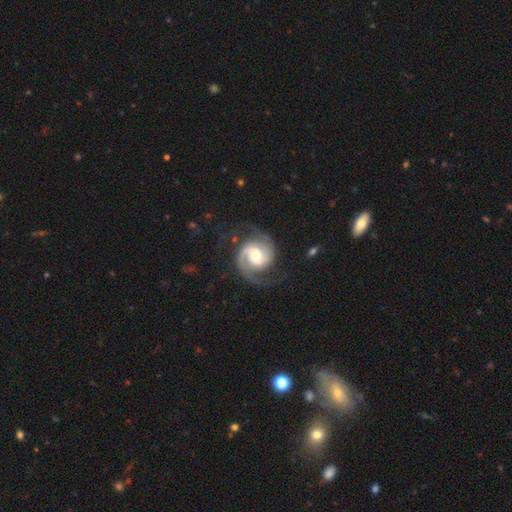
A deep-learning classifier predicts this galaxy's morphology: A featured or disk galaxy (90%) with a weak bar (44%), 2 (89%) medium (50%) spiral arms (98%) and a moderate central bulge (60%). Merging: none (72%).